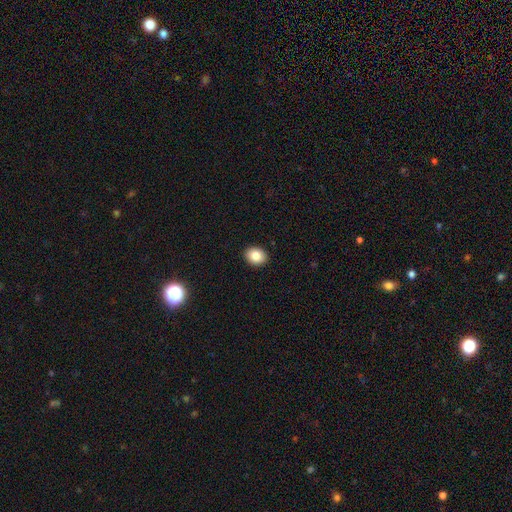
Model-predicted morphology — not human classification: This is clearly a smooth galaxy (84%). How rounded: possibly in between (52%). Merging: clearly none (92%).